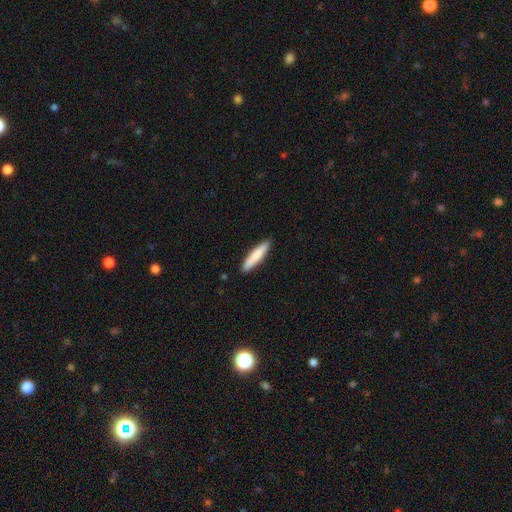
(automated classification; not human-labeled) smooth 78%, featured or disk 17%, star or artifact 5%. Down the decision tree: how rounded — cigar-shaped (87%); merging — none (90%).